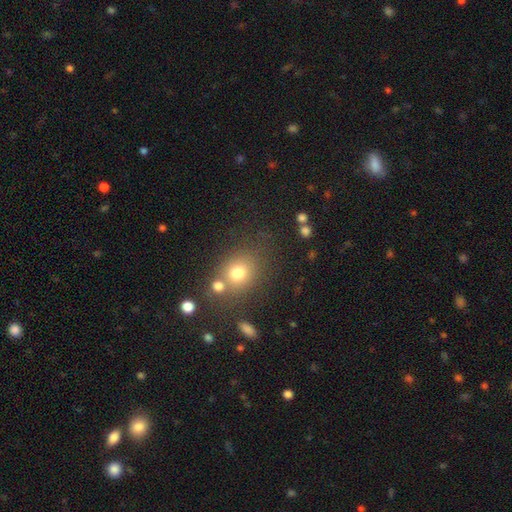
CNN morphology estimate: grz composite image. It shows a smooth galaxy with no disk features (58%) that is round (67%). Merging: none (74%).